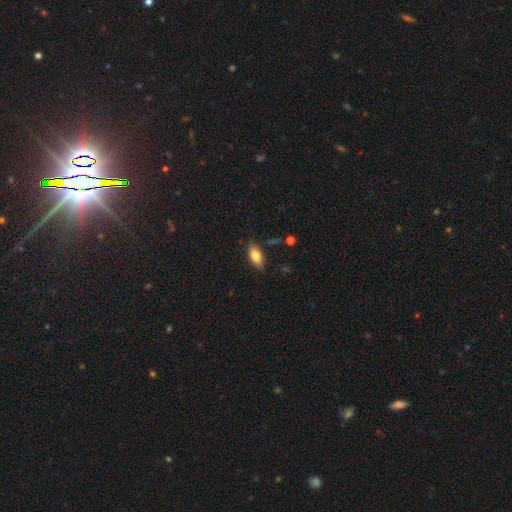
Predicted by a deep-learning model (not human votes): The model was most divided on "smooth or featured": smooth: 76%, featured or disk: 17%, star or artifact: 7%. More confident: how rounded — in between (84%); merging — none (83%).